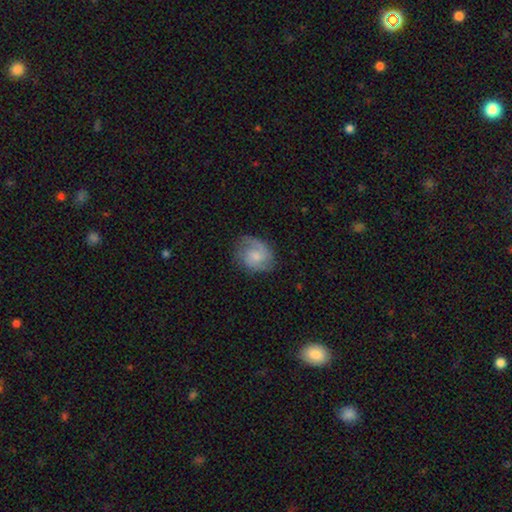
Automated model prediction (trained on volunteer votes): smooth-or-featured: featured or disk: 58% | smooth: 35% | star or artifact: 7%
  disk-edge-on: no: 98% | yes: 2%
    bar: no: 58% | weak: 37% | strong: 5%
    has-spiral-arms: yes: 90% | no: 10%
      spiral-winding: medium: 47% | tight: 32% | loose: 22%
      spiral-arm-count: 2: 60% | can't tell: 16% | 1: 13% | 3: 7% | 4: 2% | more than 4: 2%
    bulge-size: small: 40% | moderate: 37% | none: 16% | large: 5% | dominant: 1%
  merging: none: 68% | minor disturbance: 21% | major disturbance: 10% | merger: 1%